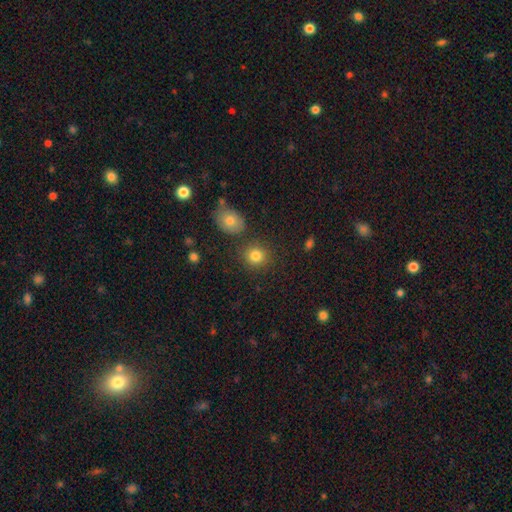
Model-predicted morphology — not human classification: smooth 82%, star or artifact 11%, featured or disk 7%. Down the decision tree: how rounded — round (82%); merging — none (81%).